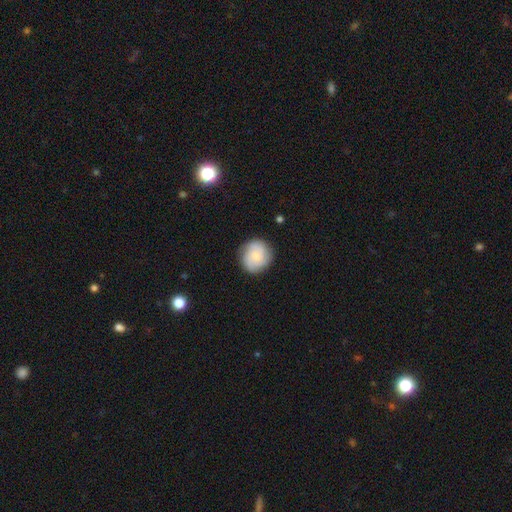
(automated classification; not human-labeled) Smooth or featured? smooth (56%)
How rounded? round (89%)
Merging? none (84%)